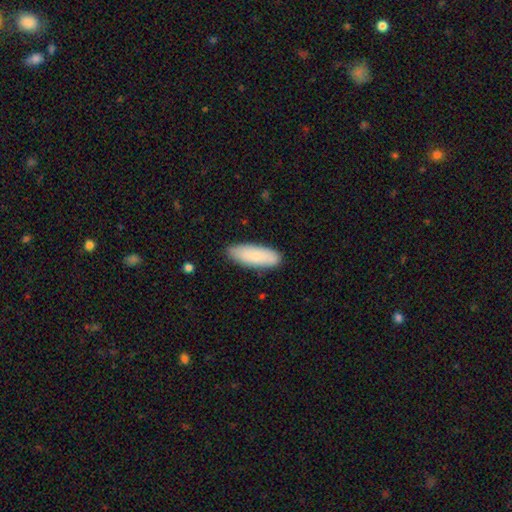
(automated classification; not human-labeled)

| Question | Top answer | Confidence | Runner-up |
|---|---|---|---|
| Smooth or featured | smooth | 82% | featured or disk (12%) |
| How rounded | in between | 66% | cigar-shaped (32%) |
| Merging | none | 86% | minor disturbance (11%) |